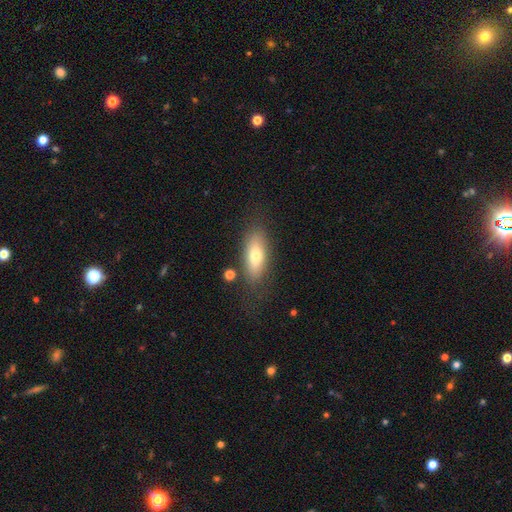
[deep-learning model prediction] Smooth or featured?
  - smooth: 72% *
  - featured or disk: 20%
  - star or artifact: 7%
How rounded?
  - in between: 76% *
  - cigar-shaped: 21%
  - round: 3%
Merging?
  - none: 76% *
  - minor disturbance: 15%
  - major disturbance: 6%
  - merger: 4%